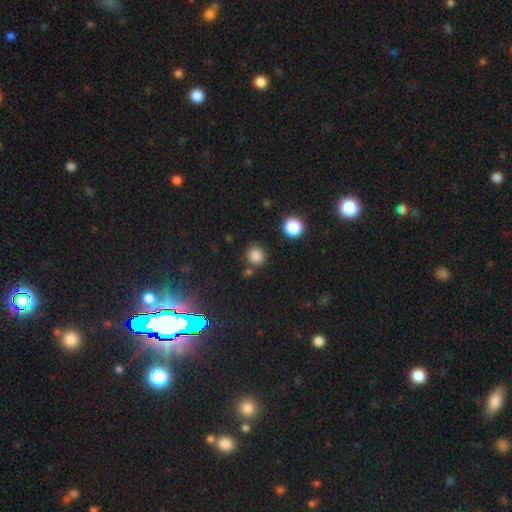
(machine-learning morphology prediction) smooth 82%, star or artifact 15%, featured or disk 4%. Down the decision tree: how rounded — round (91%); merging — none (83%).